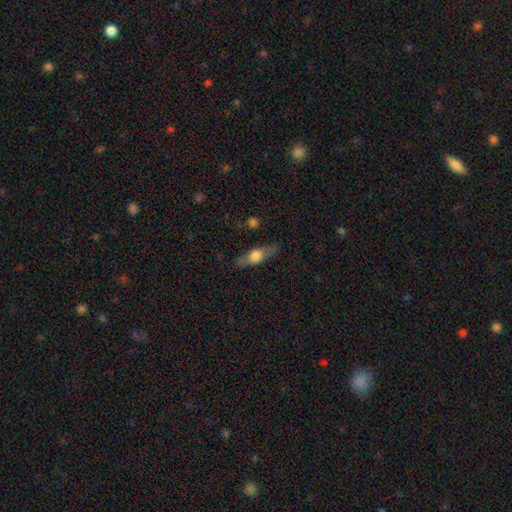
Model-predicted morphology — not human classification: Smooth or featured? Predicted: featured or disk (p=0.49). Merging? Predicted: none (p=0.80).